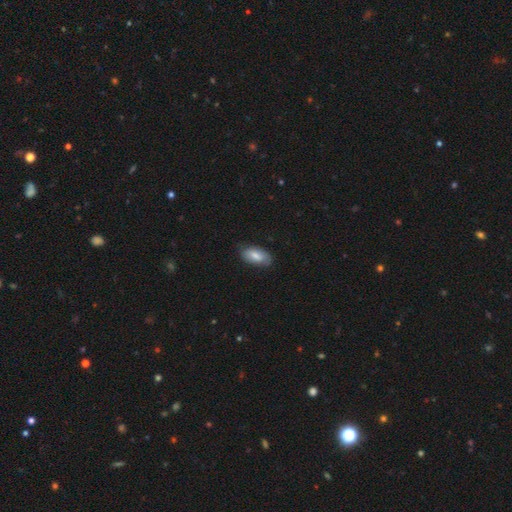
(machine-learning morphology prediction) smooth_or_featured: smooth (p=0.75) [alt: featured or disk p=0.18]
how_rounded: in between (p=0.92) [alt: cigar-shaped p=0.04]
merging: none (p=0.74) [alt: minor disturbance p=0.21]